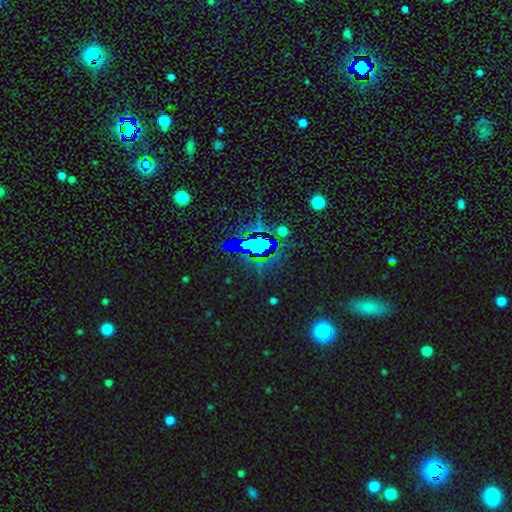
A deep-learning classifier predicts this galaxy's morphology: star or artifact 75%, smooth 15%, featured or disk 10%.